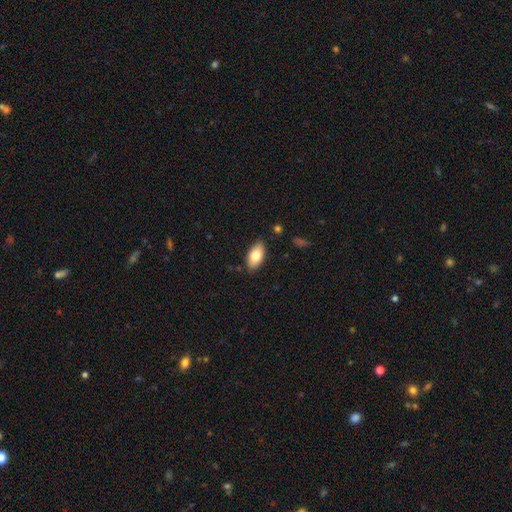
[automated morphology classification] A smooth galaxy with no disk features (80%) that is in between round and cigar-shaped (93%). Merging: none (86%).